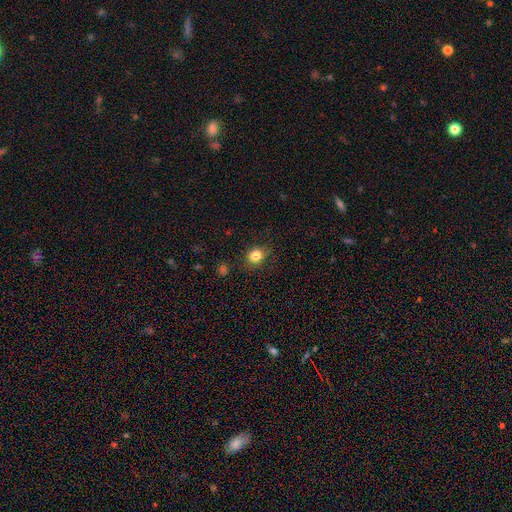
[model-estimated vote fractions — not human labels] Morphology: type=smooth (83%); roundness=round (68%); merging=none (83%).